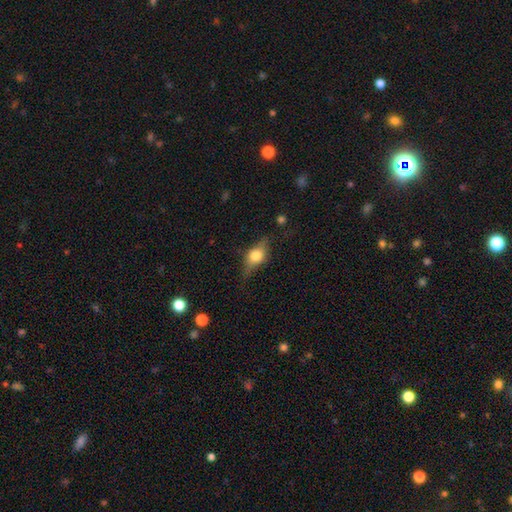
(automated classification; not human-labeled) A smooth galaxy with no disk features (47%).

Vote fractions:
- Smooth or featured? smooth: 47% / featured or disk: 44% / star or artifact: 8%
- Merging? none: 69% / minor disturbance: 21% / major disturbance: 8% / merger: 2%